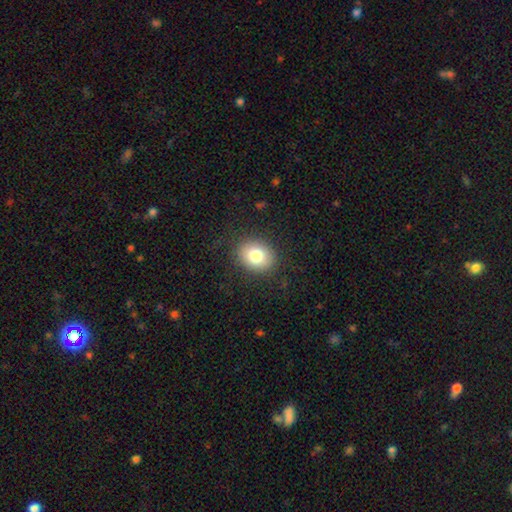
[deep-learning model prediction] Overall: smooth (80%). How rounded: round (52%; in between 47%). Merging: none (85%).